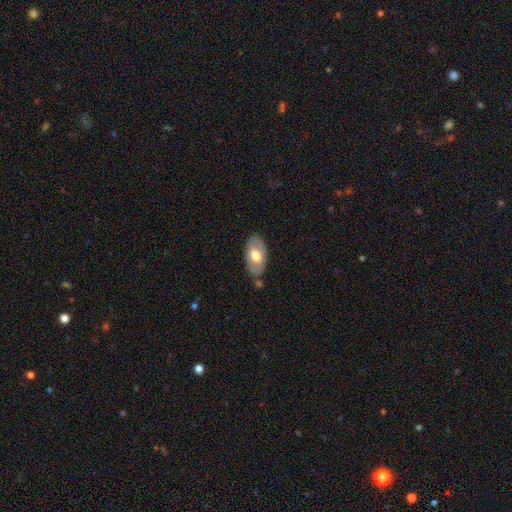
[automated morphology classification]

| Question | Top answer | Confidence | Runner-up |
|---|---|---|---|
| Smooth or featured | smooth | 56% | featured or disk (39%) |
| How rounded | in between | 93% | round (5%) |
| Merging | none | 76% | minor disturbance (15%) |